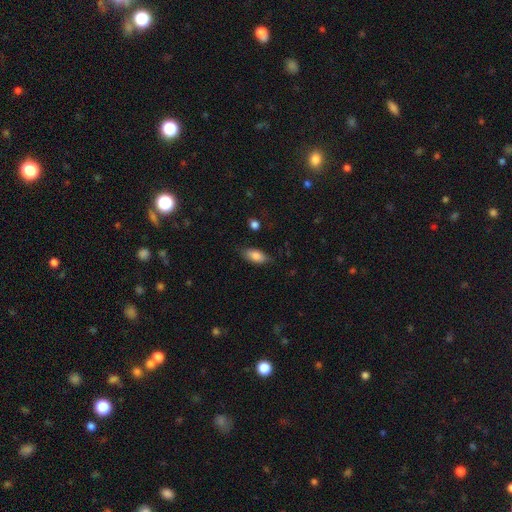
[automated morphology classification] Q: Smooth or featured?
A: smooth (82%); runner-up: featured or disk (11%)
Q: How rounded?
A: in between (87%); runner-up: cigar-shaped (10%)
Q: Merging?
A: none (79%); runner-up: minor disturbance (16%)